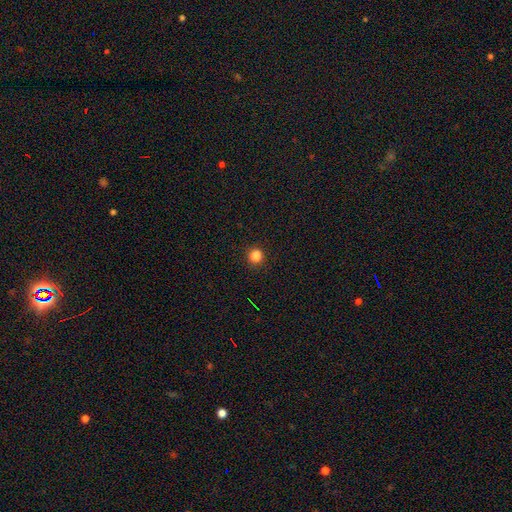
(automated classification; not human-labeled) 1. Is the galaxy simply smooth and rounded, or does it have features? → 84% smooth, 12% star or artifact, 3% featured or disk.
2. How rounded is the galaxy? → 89% round, 11% in between, 1% cigar-shaped.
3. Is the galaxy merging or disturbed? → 90% none, 6% minor disturbance, 2% major disturbance, 1% merger.